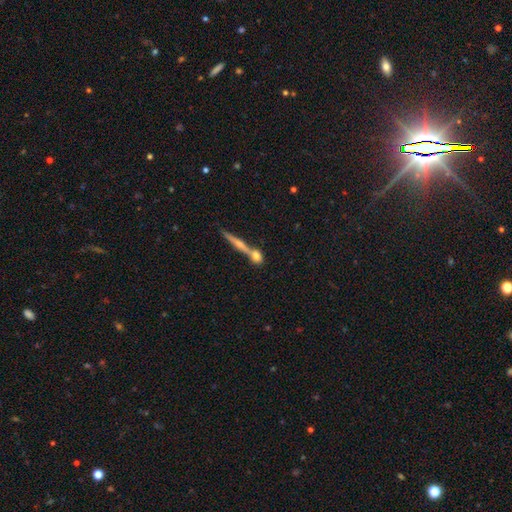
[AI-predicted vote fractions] Smooth or featured?
  - smooth: 64% *
  - featured or disk: 26%
  - star or artifact: 10%
How rounded?
  - round: 49% *
  - cigar-shaped: 28%
  - in between: 24%
Merging?
  - none: 52% *
  - merger: 35%
  - minor disturbance: 9%
  - major disturbance: 4%